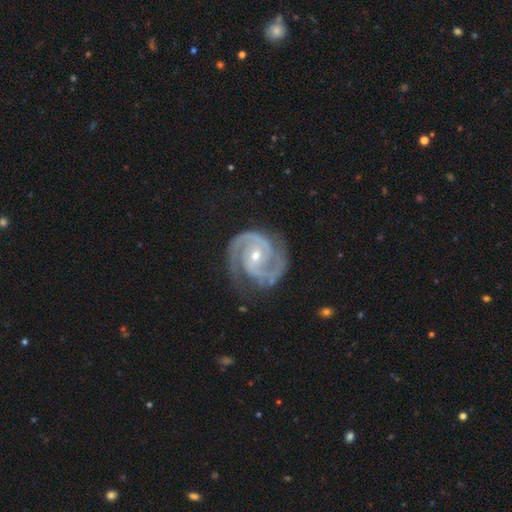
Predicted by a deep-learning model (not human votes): Overall: featured or disk (93%). Edge-on disk: no (98%). Bar: no (53%; weak 33%). Spiral arms: yes (98%). Spiral arm count: 2 (88%). Spiral winding: tight (55%; medium 39%). Bulge size: small (55%; moderate 43%). Merging: none (75%).